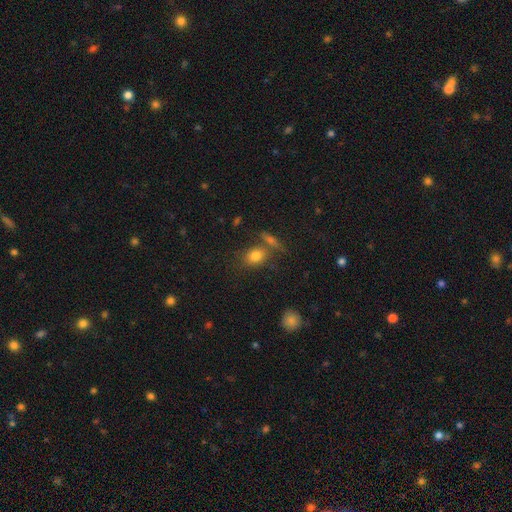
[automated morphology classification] Smooth or featured? Predicted: smooth (p=0.80). How rounded? Predicted: in between (p=0.57). Merging? Predicted: none (p=0.60).